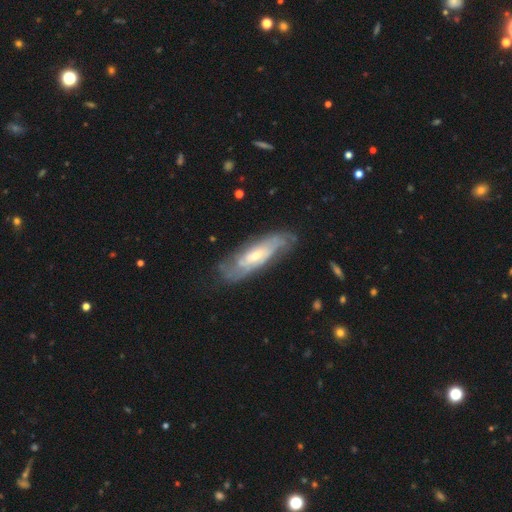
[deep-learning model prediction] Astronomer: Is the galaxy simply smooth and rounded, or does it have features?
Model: featured or disk — 74%.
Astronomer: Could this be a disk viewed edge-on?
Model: no — 76%.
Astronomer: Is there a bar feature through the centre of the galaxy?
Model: no — 55% (runner-up: weak, 35%).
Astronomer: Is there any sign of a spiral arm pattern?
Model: yes — 84%.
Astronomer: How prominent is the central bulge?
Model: moderate — 46%, tied with small at 46%.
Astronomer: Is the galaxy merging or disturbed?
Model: none — 71%.